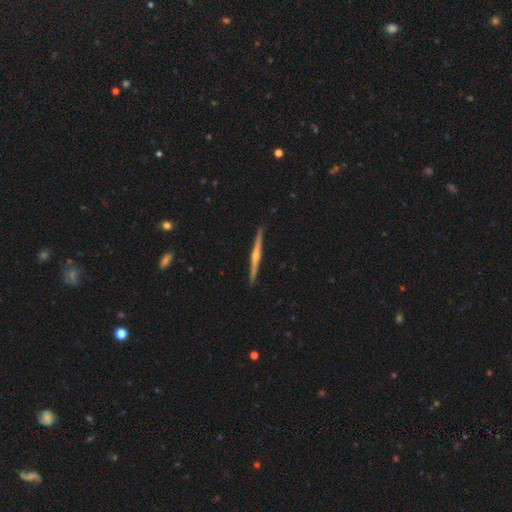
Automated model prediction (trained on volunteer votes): This appears to be a featured or disk galaxy (79%) viewed edge-on (99%) with a rounded central bulge (82%). Merging: none (93%).